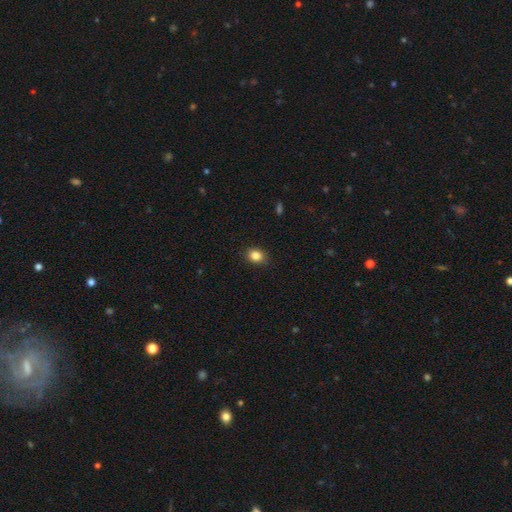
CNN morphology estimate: type=smooth (85%); roundness=in between (53%); merging=none (86%).